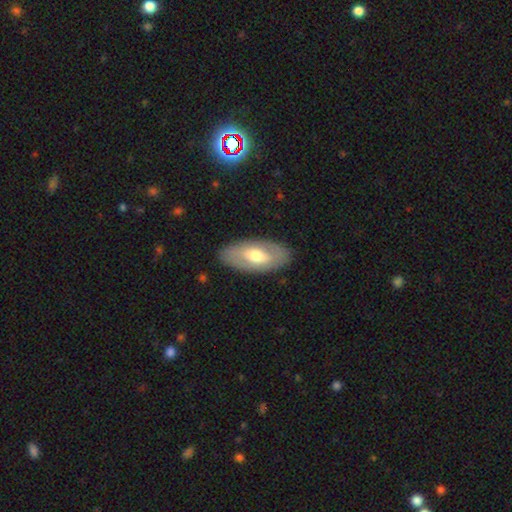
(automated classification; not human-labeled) smooth 48%, featured or disk 47%, star or artifact 5%. Down the decision tree: merging — none (85%).